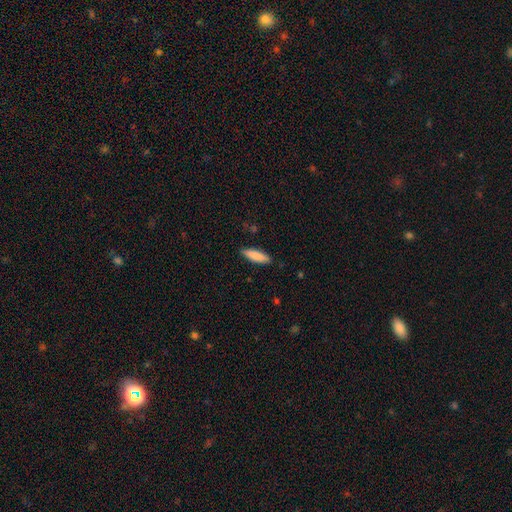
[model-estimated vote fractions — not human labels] smooth 86%, featured or disk 9%, star or artifact 5%. Down the decision tree: how rounded — cigar-shaped (63%); merging — none (88%).